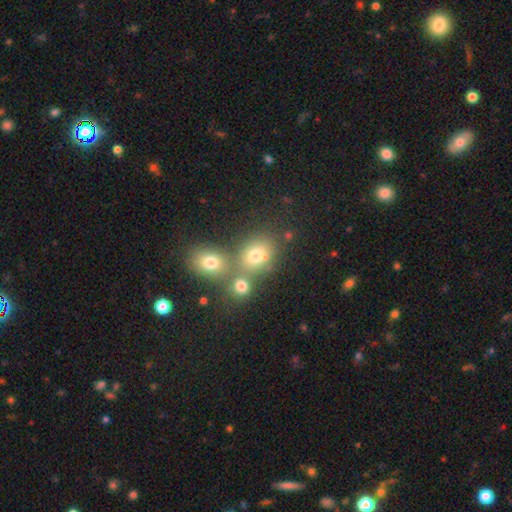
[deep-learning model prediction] smooth_or_featured: smooth (p=0.71) [alt: star or artifact p=0.17]
how_rounded: round (p=0.56) [alt: in between p=0.43]
merging: none (p=0.50) [alt: merger p=0.36]